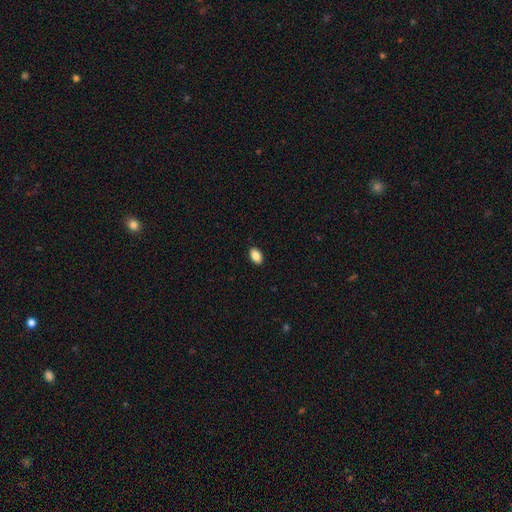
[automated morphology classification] Smooth or featured? Predicted: smooth (p=0.87). How rounded? Predicted: in between (p=0.91). Merging? Predicted: none (p=0.90).